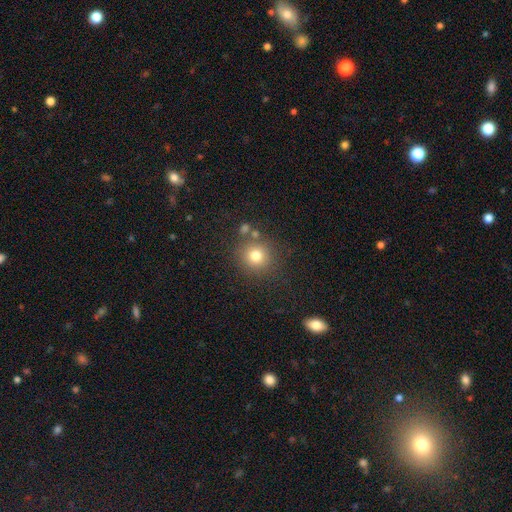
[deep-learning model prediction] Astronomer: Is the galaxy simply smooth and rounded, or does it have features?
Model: smooth — 77%.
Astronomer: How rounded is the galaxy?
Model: round — 92%.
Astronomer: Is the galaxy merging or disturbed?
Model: none — 79%.